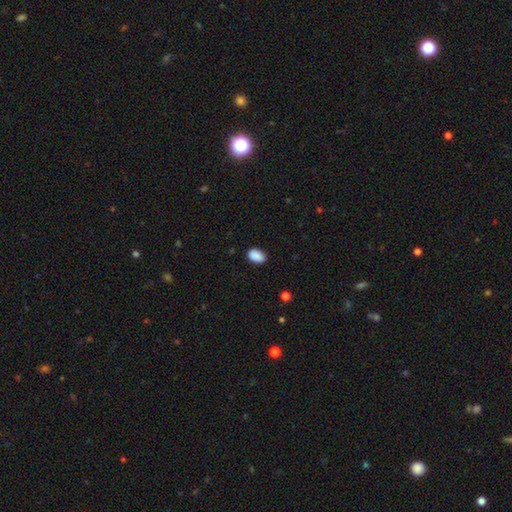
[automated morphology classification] Smooth or featured? Predicted: smooth (p=0.89). How rounded? Predicted: in between (p=0.88). Merging? Predicted: none (p=0.85).